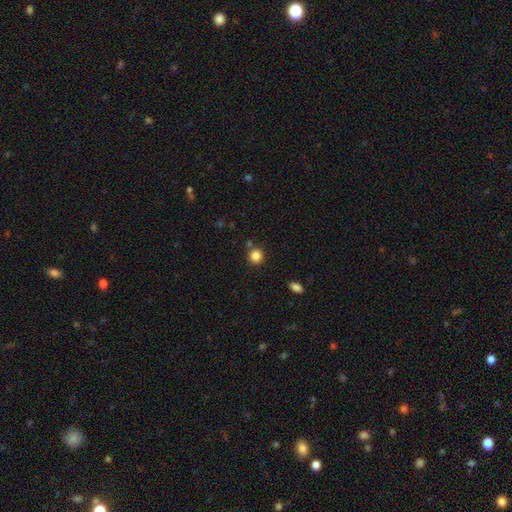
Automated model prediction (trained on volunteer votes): Smooth or featured: smooth — 85% (star or artifact — 11%)
How rounded: round — 88% (in between — 11%)
Merging: none — 81% (minor disturbance — 9%)